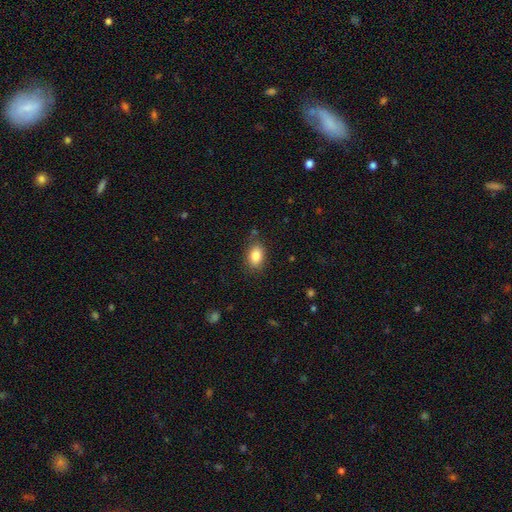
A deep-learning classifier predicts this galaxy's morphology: Smooth or featured?
  - smooth: 85% *
  - star or artifact: 8%
  - featured or disk: 7%
How rounded?
  - in between: 83% *
  - round: 16%
  - cigar-shaped: 1%
Merging?
  - none: 79% *
  - minor disturbance: 15%
  - major disturbance: 4%
  - merger: 2%